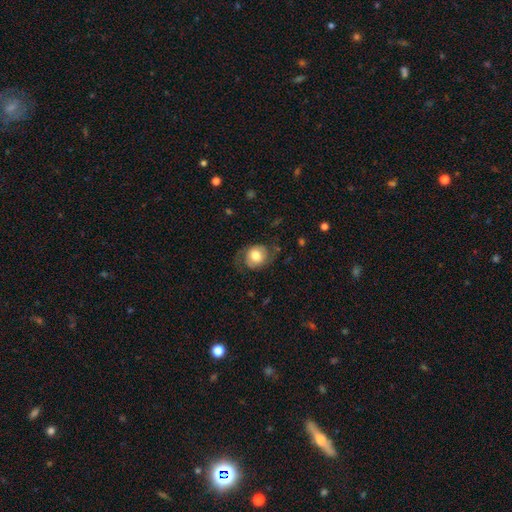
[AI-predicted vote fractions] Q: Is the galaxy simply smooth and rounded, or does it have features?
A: smooth — 48%.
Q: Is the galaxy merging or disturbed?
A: none — 63%.